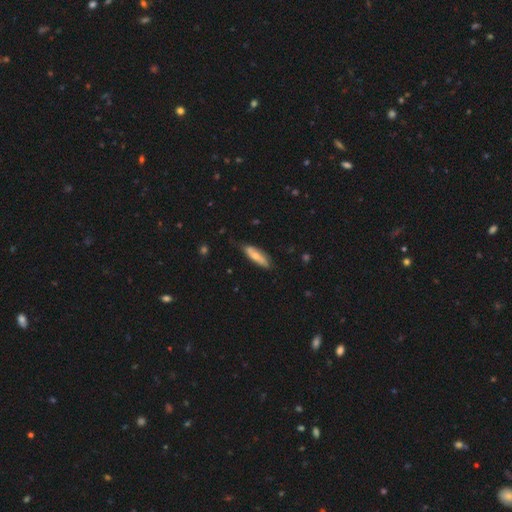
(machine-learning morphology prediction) Smooth or featured?
  - smooth: 55% *
  - featured or disk: 39%
  - star or artifact: 6%
How rounded?
  - cigar-shaped: 52% *
  - in between: 46%
  - round: 2%
Merging?
  - none: 66% *
  - minor disturbance: 26%
  - major disturbance: 5%
  - merger: 3%